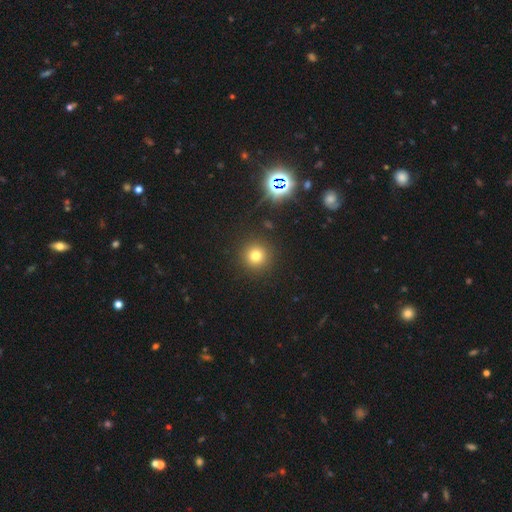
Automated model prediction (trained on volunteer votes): Morphology: type=smooth (75%); roundness=round (94%); merging=none (90%).